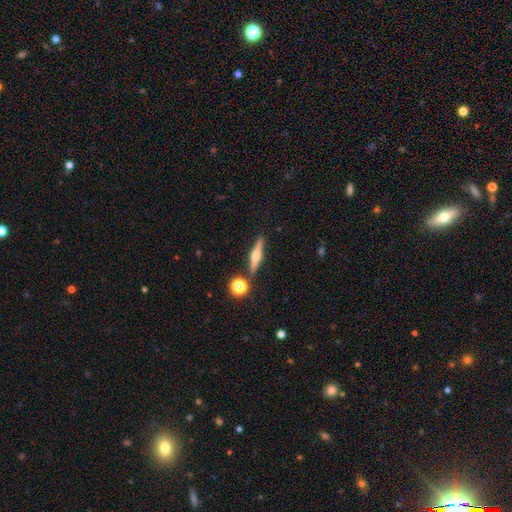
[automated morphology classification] A featured or disk galaxy (66%) viewed edge-on (97%) with a rounded central bulge (92%). Merging: none (85%).